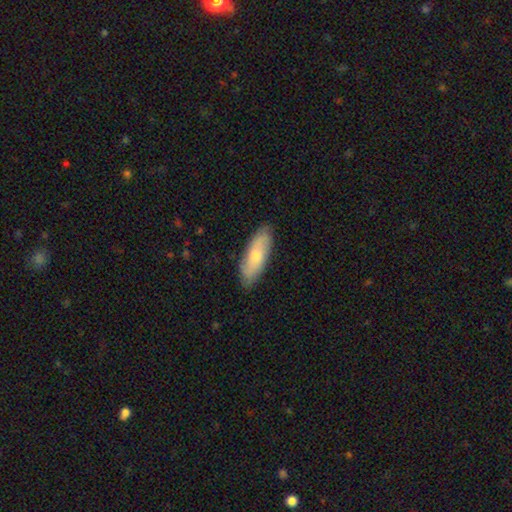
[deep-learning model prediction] smooth 63%, featured or disk 31%, star or artifact 6%. Down the decision tree: how rounded — in between (61%); merging — none (85%).